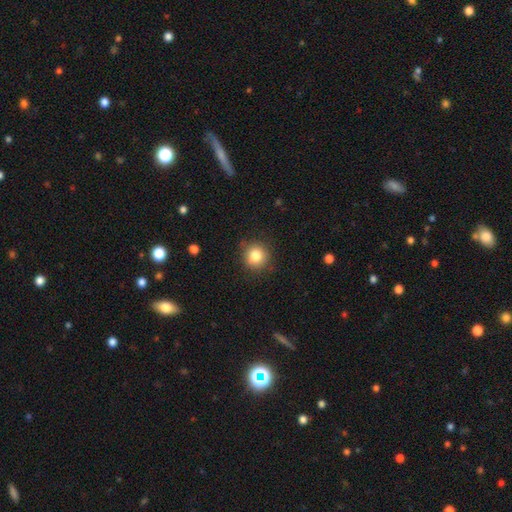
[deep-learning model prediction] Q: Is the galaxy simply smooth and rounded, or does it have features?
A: smooth — 83%.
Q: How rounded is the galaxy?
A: round — 93%.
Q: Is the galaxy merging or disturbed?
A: none — 87%.